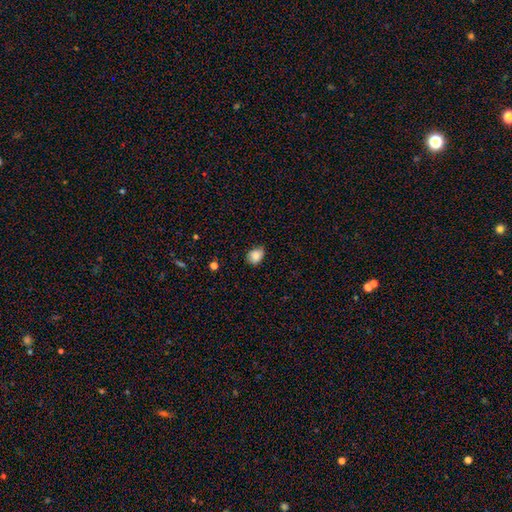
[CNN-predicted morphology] smooth-or-featured: smooth: 85% | star or artifact: 9% | featured or disk: 7%
  how-rounded: in between: 61% | round: 38% | cigar-shaped: 1%
  merging: none: 73% | minor disturbance: 23% | major disturbance: 3% | merger: 1%